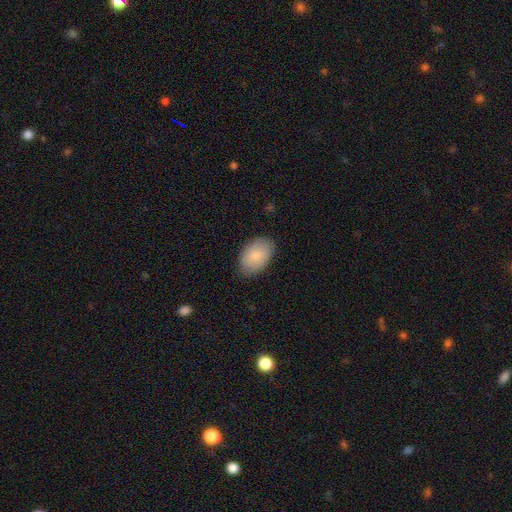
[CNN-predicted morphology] Overall: smooth (85%). How rounded: in between (91%). Merging: none (85%).